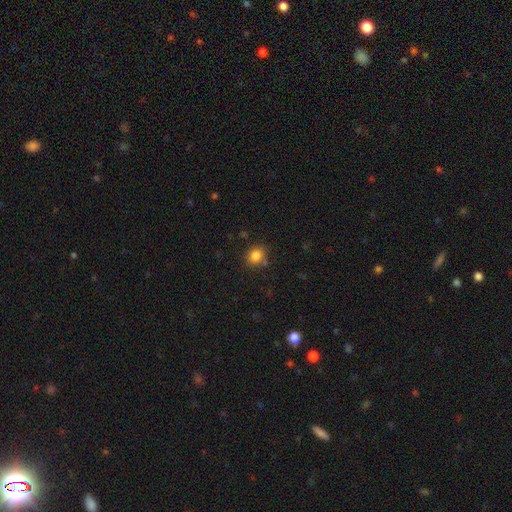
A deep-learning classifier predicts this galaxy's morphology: Smooth or featured: smooth — 84% (star or artifact — 11%)
How rounded: round — 74% (in between — 25%)
Merging: none — 75% (minor disturbance — 15%)